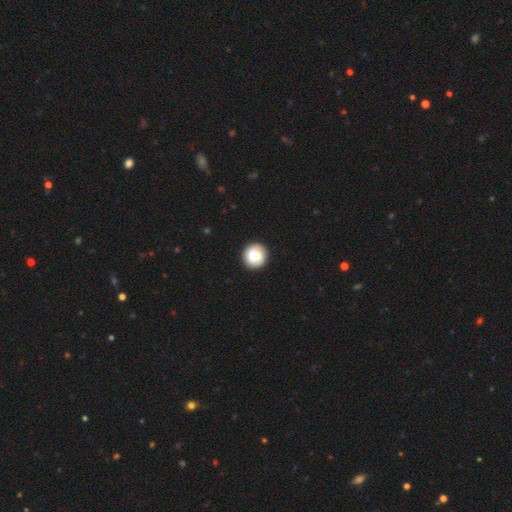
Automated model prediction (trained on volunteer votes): smooth-or-featured: smooth: 62% | featured or disk: 31% | star or artifact: 7%
  how-rounded: round: 92% | in between: 7% | cigar-shaped: 1%
  merging: none: 89% | minor disturbance: 8% | major disturbance: 2% | merger: 1%